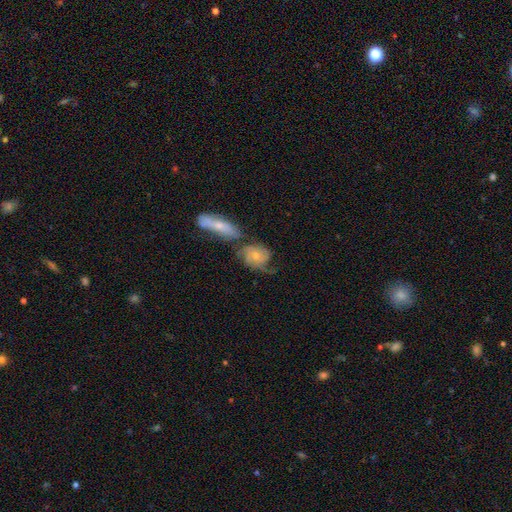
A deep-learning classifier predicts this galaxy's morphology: Smooth or featured?
  - featured or disk: 65% *
  - smooth: 29%
  - star or artifact: 7%
Edge-on disk?
  - no: 95% *
  - yes: 5%
Bar?
  - no: 75% *
  - weak: 21%
  - strong: 4%
Spiral arms?
  - yes: 88% *
  - no: 12%
Spiral winding?
  - medium: 40% *
  - tight: 37%
  - loose: 23%
Spiral arm count?
  - 2: 35% *
  - can't tell: 29%
  - 3: 18%
  - 1: 10%
  - 4: 5%
  - more than 4: 4%
Bulge size?
  - moderate: 48% *
  - small: 45%
  - large: 3%
  - none: 3%
  - dominant: 1%
Merging?
  - none: 36% *
  - merger: 31%
  - minor disturbance: 19%
  - major disturbance: 14%